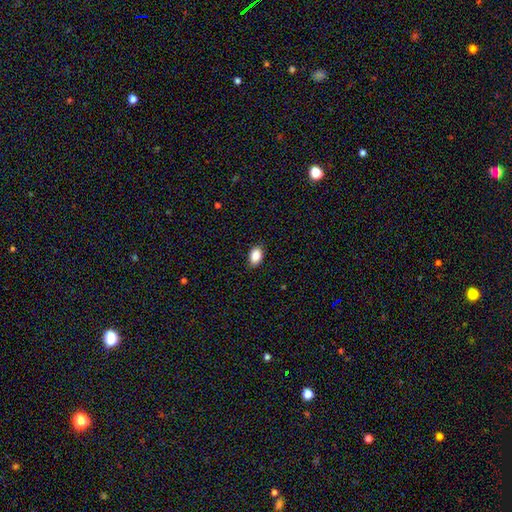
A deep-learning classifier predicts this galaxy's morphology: Smooth or featured? Predicted: smooth (p=0.88). How rounded? Predicted: in between (p=0.87). Merging? Predicted: none (p=0.88).